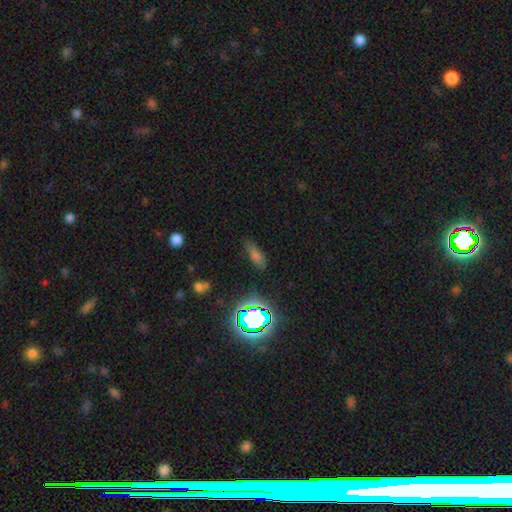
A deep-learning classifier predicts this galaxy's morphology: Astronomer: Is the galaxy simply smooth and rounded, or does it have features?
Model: smooth — 57%.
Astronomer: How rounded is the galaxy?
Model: in between — 54% (runner-up: cigar-shaped, 38%).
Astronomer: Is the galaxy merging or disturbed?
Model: none — 79%.